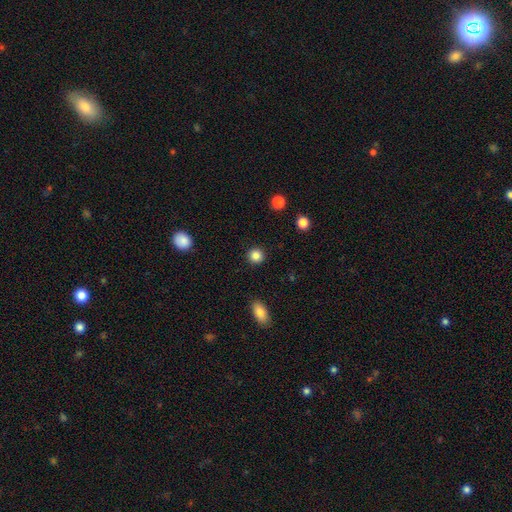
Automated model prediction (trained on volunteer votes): smooth 86%, star or artifact 10%, featured or disk 4%. Down the decision tree: how rounded — round (93%); merging — none (92%).